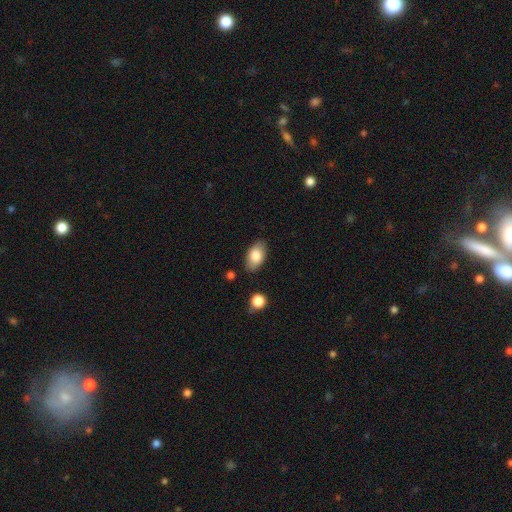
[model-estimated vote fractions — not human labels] The model was most divided on "merging": none: 83%, minor disturbance: 12%, major disturbance: 3%, merger: 2%. More confident: how rounded — in between (93%); smooth or featured — smooth (82%).